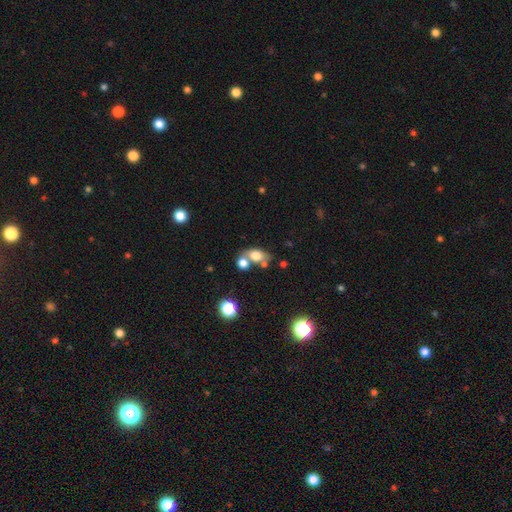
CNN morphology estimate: This is likely a smooth galaxy (73%). How rounded: likely in between (74%). Merging: possibly none (46%).